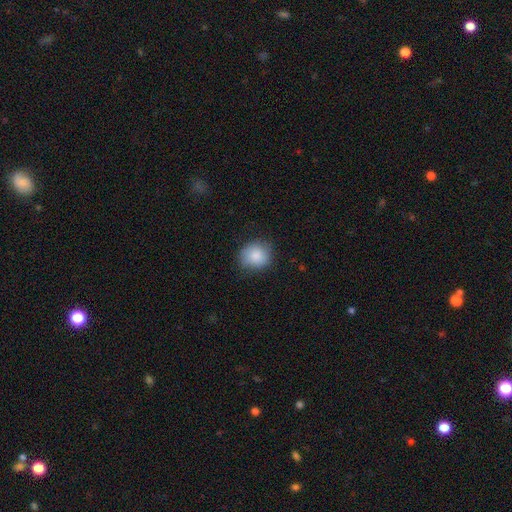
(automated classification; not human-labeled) A smooth galaxy with no disk features (85%) that is round (68%). Merging: none (77%).